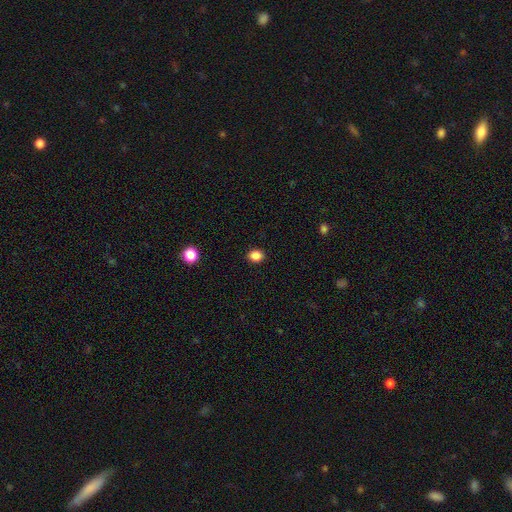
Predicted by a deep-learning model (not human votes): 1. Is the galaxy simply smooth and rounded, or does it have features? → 86% smooth, 11% star or artifact, 3% featured or disk.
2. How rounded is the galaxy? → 57% round, 42% in between, 1% cigar-shaped.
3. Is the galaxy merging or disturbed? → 91% none, 6% minor disturbance, 2% major disturbance, 1% merger.